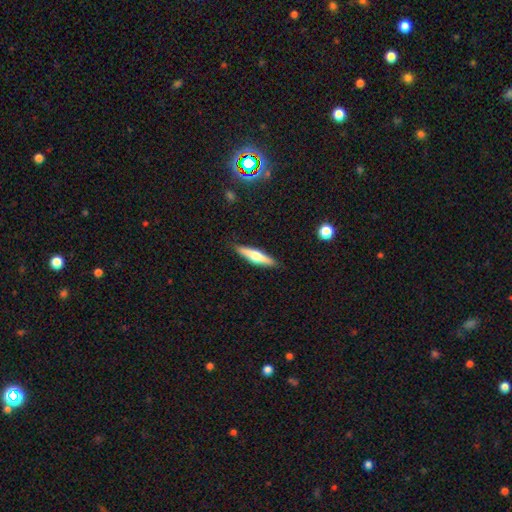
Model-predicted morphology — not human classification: This is possibly a featured or disk galaxy (49%). Merging: clearly none (88%).